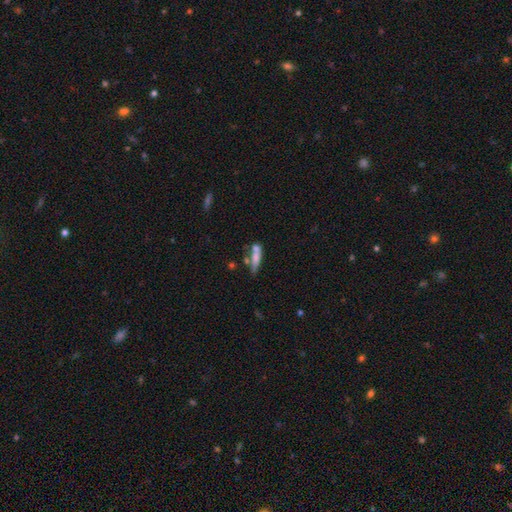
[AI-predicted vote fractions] A smooth galaxy with no disk features (66%) that is cigar-shaped (70%). Merging: none (45%).